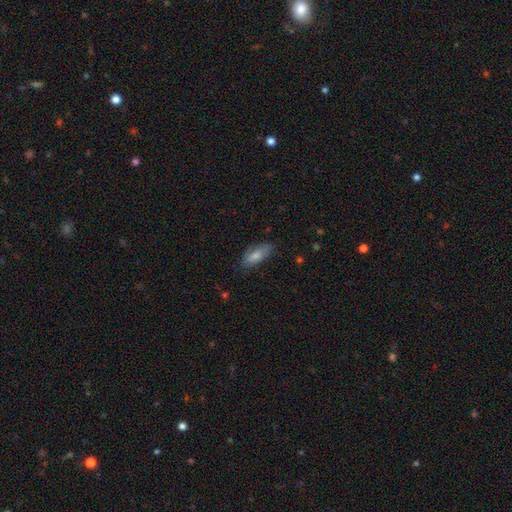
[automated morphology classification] smooth_or_featured: smooth (p=0.78) [alt: featured or disk p=0.15]
how_rounded: in between (p=0.79) [alt: cigar-shaped p=0.19]
merging: none (p=0.73) [alt: minor disturbance p=0.21]